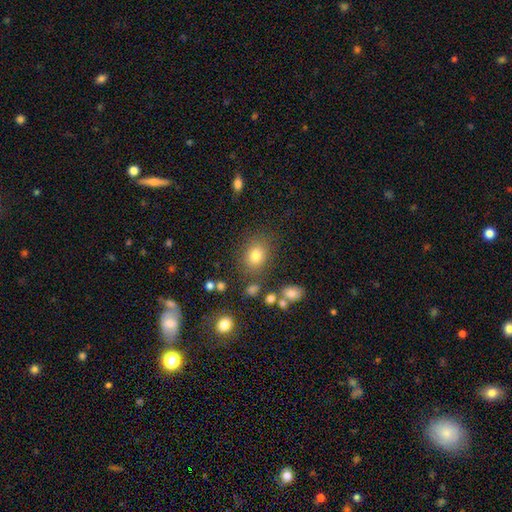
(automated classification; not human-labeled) This is likely a smooth galaxy (78%). How rounded: possibly round (52%). Merging: likely none (78%).